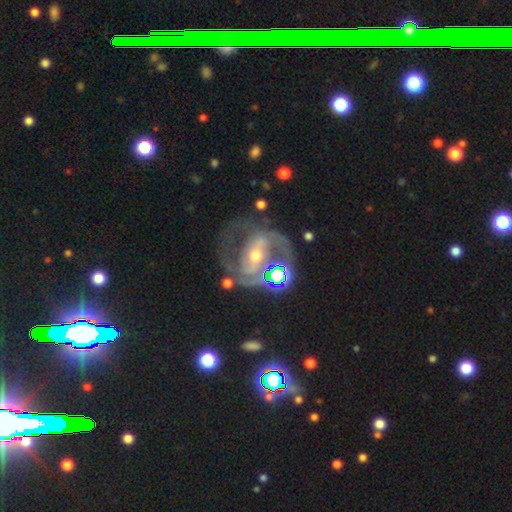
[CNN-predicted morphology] Q: Smooth or featured?
A: featured or disk (83%); runner-up: star or artifact (8%)
Q: Edge-on disk?
A: no (96%); runner-up: yes (4%)
Q: Bar?
A: strong (45%); runner-up: weak (31%)
Q: Spiral arms?
A: yes (87%); runner-up: no (13%)
Q: Spiral winding?
A: medium (53%); runner-up: tight (26%)
Q: Spiral arm count?
A: 2 (81%); runner-up: can't tell (9%)
Q: Bulge size?
A: moderate (61%); runner-up: small (32%)
Q: Merging?
A: none (52%); runner-up: major disturbance (21%)